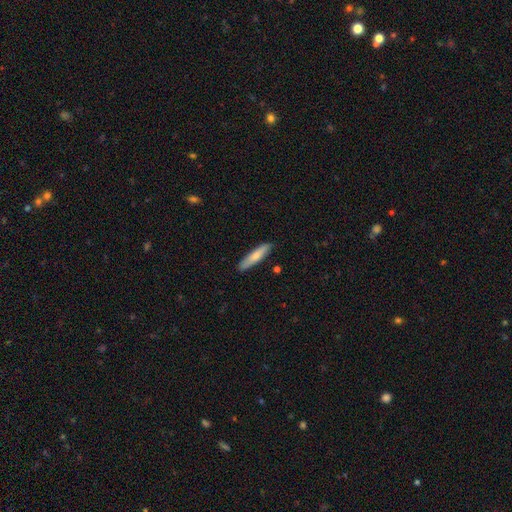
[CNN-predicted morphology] Smooth or featured? Predicted: smooth (p=0.74). How rounded? Predicted: cigar-shaped (p=0.85). Merging? Predicted: none (p=0.88).